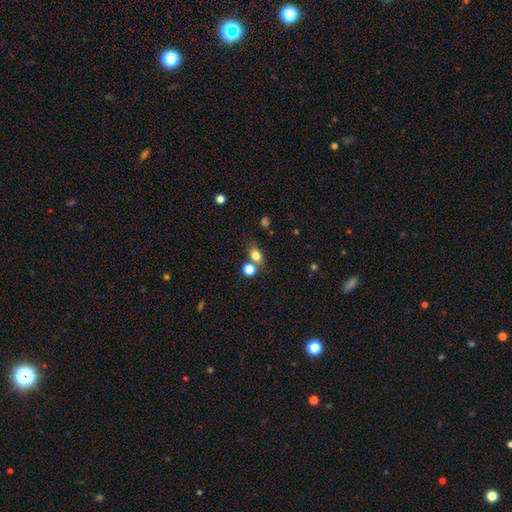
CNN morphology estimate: type=smooth (79%); roundness=in between (65%); merging=none (59%).